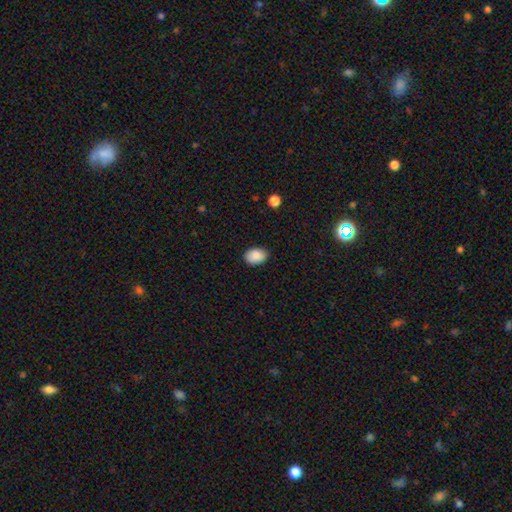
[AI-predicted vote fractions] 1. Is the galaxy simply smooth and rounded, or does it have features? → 89% smooth, 7% star or artifact, 3% featured or disk.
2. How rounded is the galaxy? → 80% in between, 19% round, 1% cigar-shaped.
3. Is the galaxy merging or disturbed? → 87% none, 10% minor disturbance, 2% major disturbance, 1% merger.